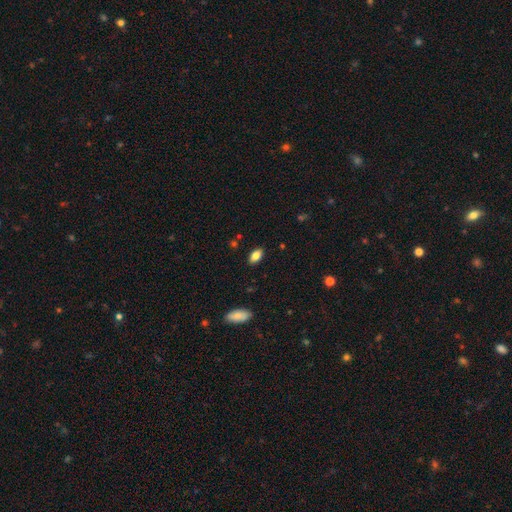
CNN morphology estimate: This is clearly a smooth galaxy (81%). How rounded: clearly in between (90%). Merging: clearly none (87%).